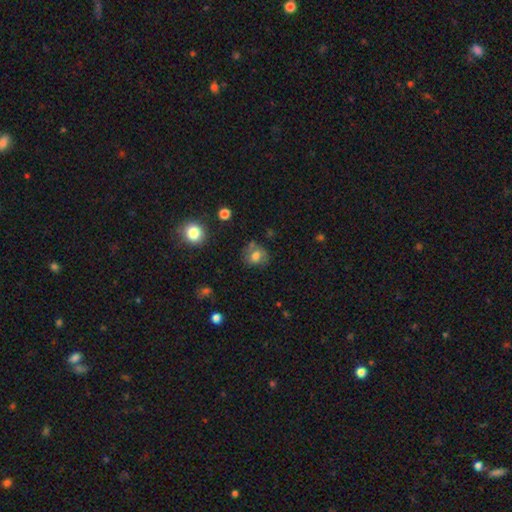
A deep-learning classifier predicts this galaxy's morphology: Smooth or featured: smooth — 71% (featured or disk — 18%)
How rounded: round — 65% (in between — 34%)
Merging: none — 61% (minor disturbance — 22%)